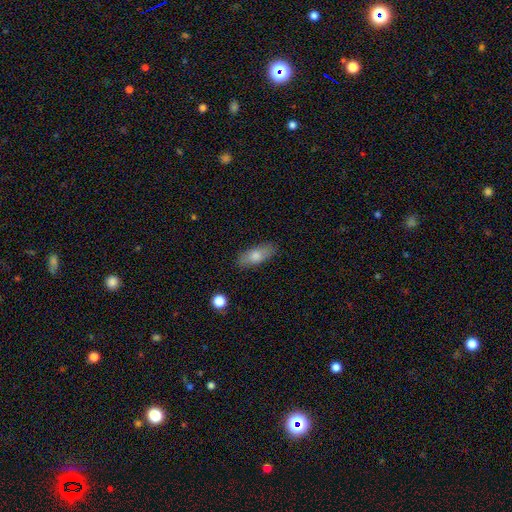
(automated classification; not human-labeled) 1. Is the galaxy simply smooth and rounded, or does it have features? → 74% smooth, 19% featured or disk, 7% star or artifact.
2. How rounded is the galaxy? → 73% in between, 24% cigar-shaped, 3% round.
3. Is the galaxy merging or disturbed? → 87% none, 10% minor disturbance, 2% major disturbance, 1% merger.